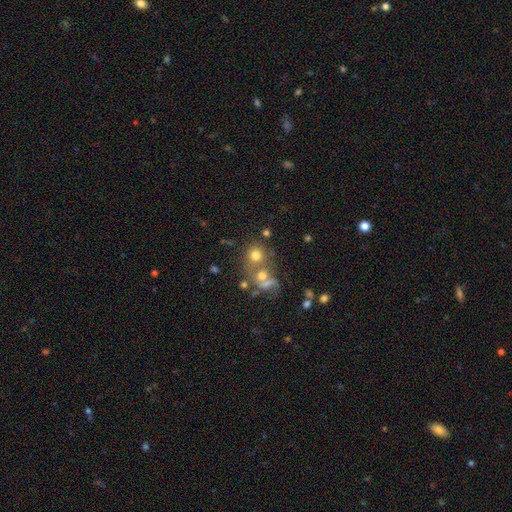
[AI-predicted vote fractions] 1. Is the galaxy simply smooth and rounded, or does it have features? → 69% smooth, 16% featured or disk, 15% star or artifact.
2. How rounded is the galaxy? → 82% round, 17% in between, 1% cigar-shaped.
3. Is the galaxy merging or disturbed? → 42% merger, 41% none, 9% minor disturbance, 7% major disturbance.